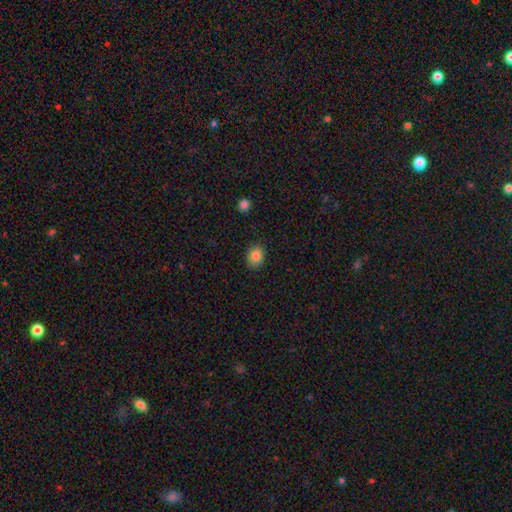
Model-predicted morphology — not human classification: Smooth or featured?
  - smooth: 85% *
  - star or artifact: 10%
  - featured or disk: 5%
How rounded?
  - in between: 53% *
  - round: 46%
  - cigar-shaped: 1%
Merging?
  - none: 85% *
  - minor disturbance: 11%
  - major disturbance: 2%
  - merger: 1%